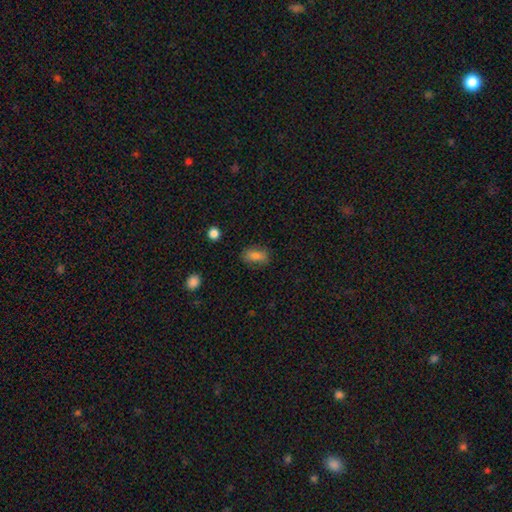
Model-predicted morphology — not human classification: smooth_or_featured: smooth (p=0.81) [alt: star or artifact p=0.10]
how_rounded: in between (p=0.84) [alt: cigar-shaped p=0.08]
merging: none (p=0.77) [alt: minor disturbance p=0.17]